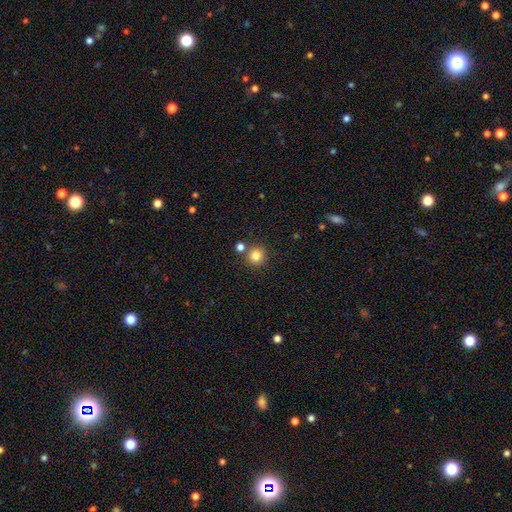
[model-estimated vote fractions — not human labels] Smooth or featured: smooth — 82% (star or artifact — 13%)
How rounded: round — 94% (in between — 5%)
Merging: none — 81% (merger — 11%)